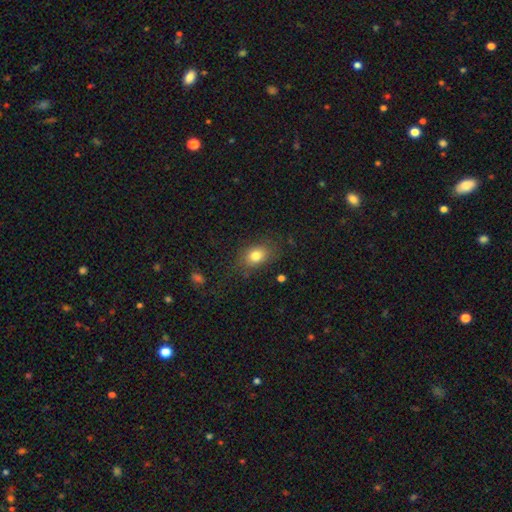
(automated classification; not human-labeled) Smooth or featured?
  - smooth: 79% *
  - featured or disk: 11%
  - star or artifact: 10%
How rounded?
  - in between: 72% *
  - round: 27%
  - cigar-shaped: 2%
Merging?
  - none: 73% *
  - minor disturbance: 17%
  - major disturbance: 8%
  - merger: 2%